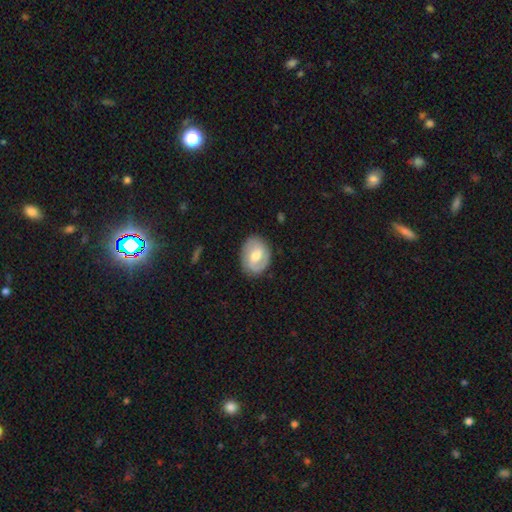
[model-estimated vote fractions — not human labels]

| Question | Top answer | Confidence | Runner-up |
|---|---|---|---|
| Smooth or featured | featured or disk | 59% | smooth (35%) |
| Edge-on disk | no | 96% | yes (4%) |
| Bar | weak | 53% | no (30%) |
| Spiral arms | yes | 80% | no (20%) |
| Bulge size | moderate | 68% | small (18%) |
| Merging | none | 82% | minor disturbance (13%) |